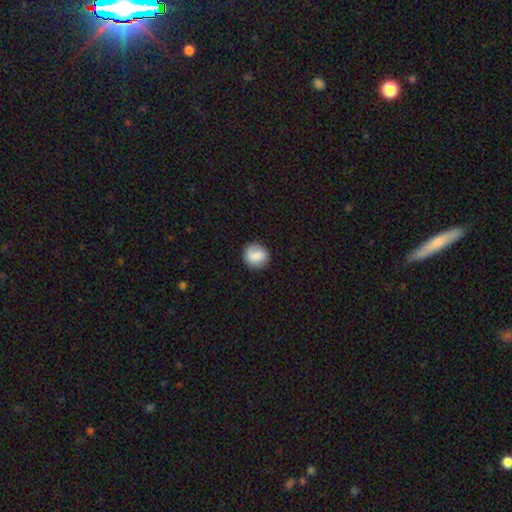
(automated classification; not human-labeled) smooth 82%, featured or disk 11%, star or artifact 8%. Down the decision tree: how rounded — round (76%); merging — none (82%).